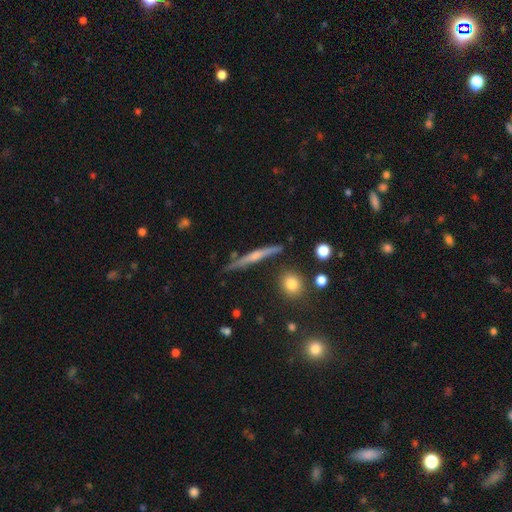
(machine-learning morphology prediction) Overall: featured or disk (61%; smooth 31%). Edge-on disk: yes (96%). Edge-on bulge: rounded (50%; none 40%). Merging: none (84%).